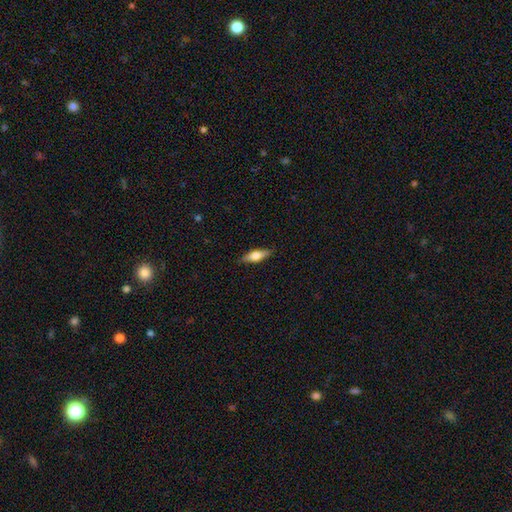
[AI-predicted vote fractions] smooth-or-featured: smooth: 59% | featured or disk: 34% | star or artifact: 6%
  how-rounded: in between: 52% | cigar-shaped: 45% | round: 3%
  merging: none: 86% | minor disturbance: 11% | major disturbance: 2% | merger: 1%